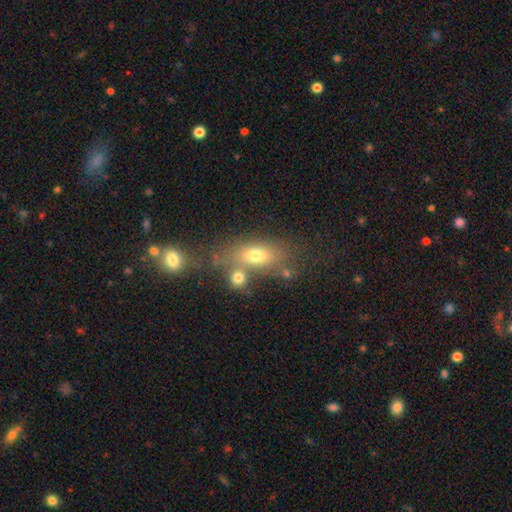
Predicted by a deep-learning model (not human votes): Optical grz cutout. It shows a smooth galaxy with no disk features (67%) that is in between round and cigar-shaped (76%). Merging: none (50%).